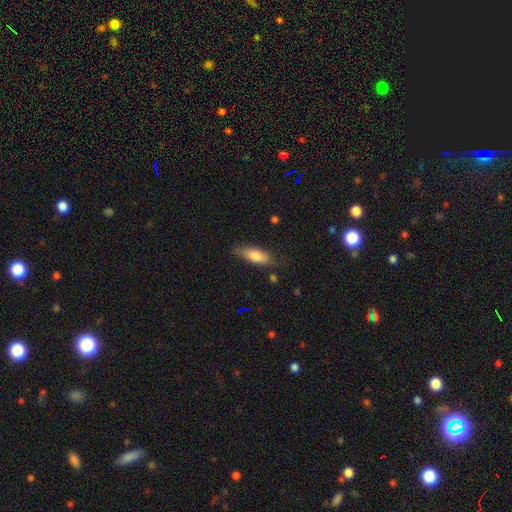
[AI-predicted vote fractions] Q: Smooth or featured?
A: smooth (78%); runner-up: featured or disk (16%)
Q: How rounded?
A: in between (64%); runner-up: cigar-shaped (34%)
Q: Merging?
A: none (72%); runner-up: minor disturbance (21%)